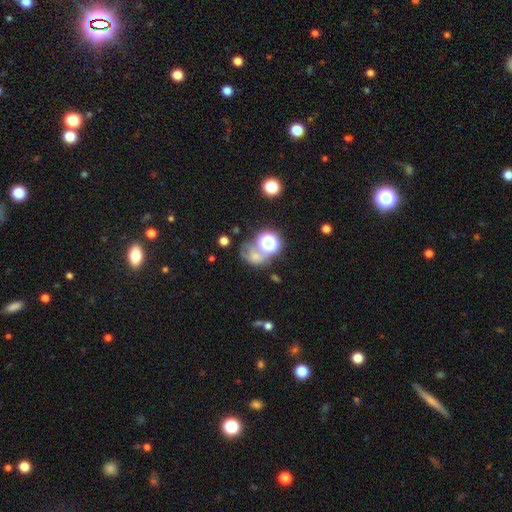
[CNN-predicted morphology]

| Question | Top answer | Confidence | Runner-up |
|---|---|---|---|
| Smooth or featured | smooth | 49% | star or artifact (31%) |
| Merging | none | 37% | merger (26%) |